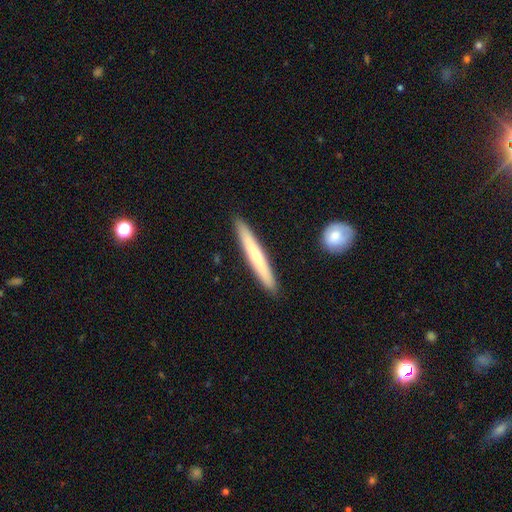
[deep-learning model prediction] This appears to be a featured or disk galaxy (50%) viewed edge-on (94%). Merging: none (90%).